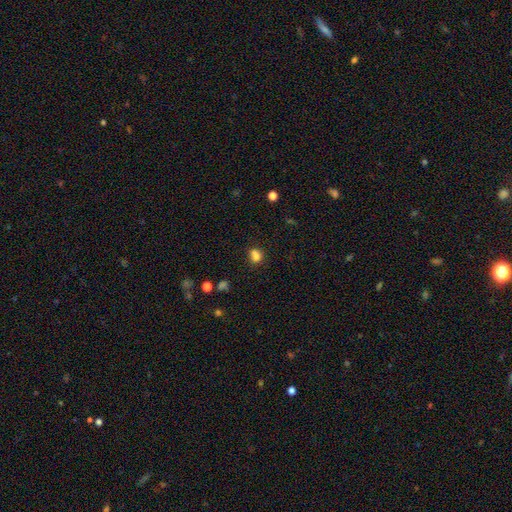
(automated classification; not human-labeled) A smooth galaxy with no disk features (76%) that is round (62%). Merging: none (45%).